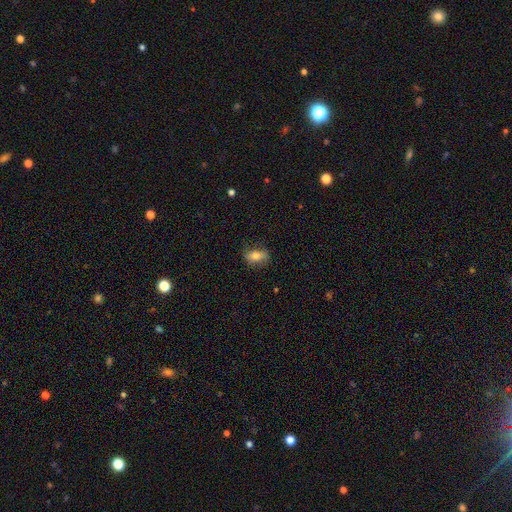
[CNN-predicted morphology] A smooth galaxy with no disk features (66%) that is in between round and cigar-shaped (80%).

Vote fractions:
- Smooth or featured? smooth: 66% / featured or disk: 25% / star or artifact: 9%
- How rounded? in between: 80% / round: 14% / cigar-shaped: 6%
- Merging? none: 74% / minor disturbance: 19% / major disturbance: 6% / merger: 1%